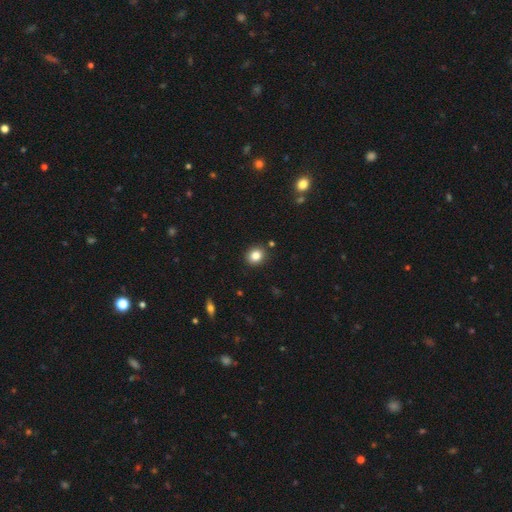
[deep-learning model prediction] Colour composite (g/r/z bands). It shows a smooth galaxy with no disk features (84%) that is round (73%). Merging: none (89%).